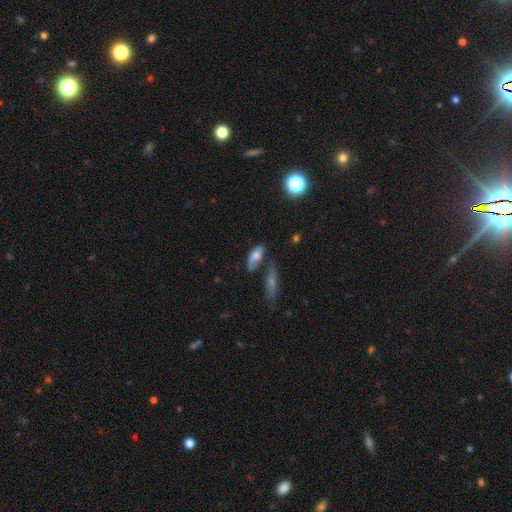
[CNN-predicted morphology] Smooth or featured?
  - smooth: 67% *
  - featured or disk: 23%
  - star or artifact: 10%
How rounded?
  - in between: 79% *
  - cigar-shaped: 17%
  - round: 4%
Merging?
  - none: 48% *
  - minor disturbance: 24%
  - merger: 18%
  - major disturbance: 11%